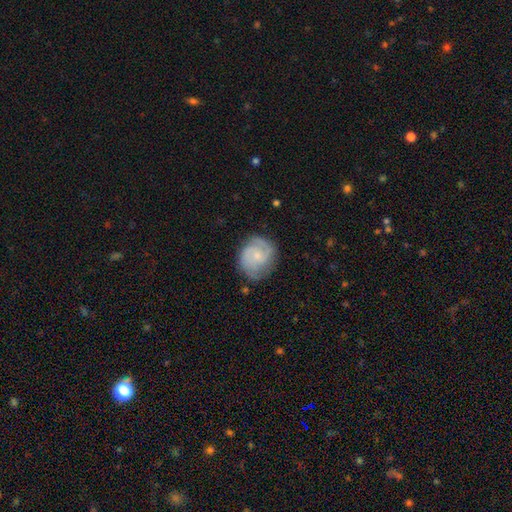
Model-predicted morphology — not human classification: This appears to be a featured or disk galaxy (74%) with no bar (65%), 2 (61%) tight (49%) spiral arms (95%) and a small central bulge (64%). Merging: none (74%).